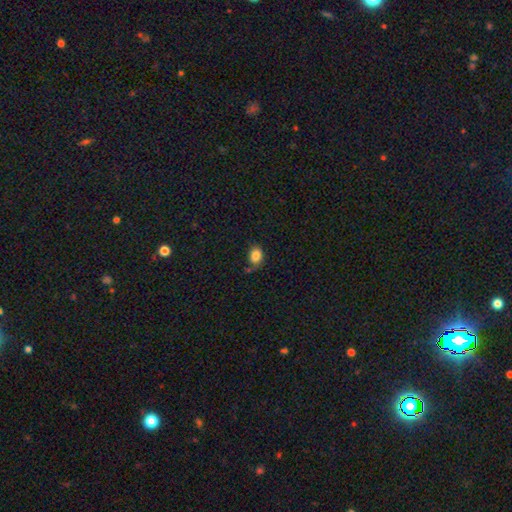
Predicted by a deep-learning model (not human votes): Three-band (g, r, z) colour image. It shows a smooth galaxy with no disk features (85%) that is in between round and cigar-shaped (64%). Merging: none (63%).